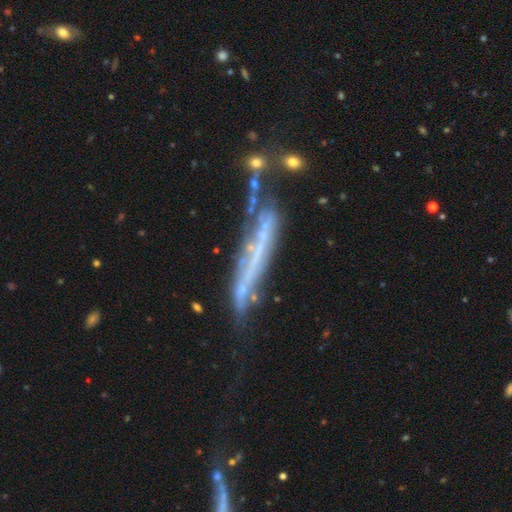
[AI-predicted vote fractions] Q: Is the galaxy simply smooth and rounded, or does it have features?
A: featured or disk — 67%.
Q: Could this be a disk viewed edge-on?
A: yes — 65%.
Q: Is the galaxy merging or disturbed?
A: none — 36%.